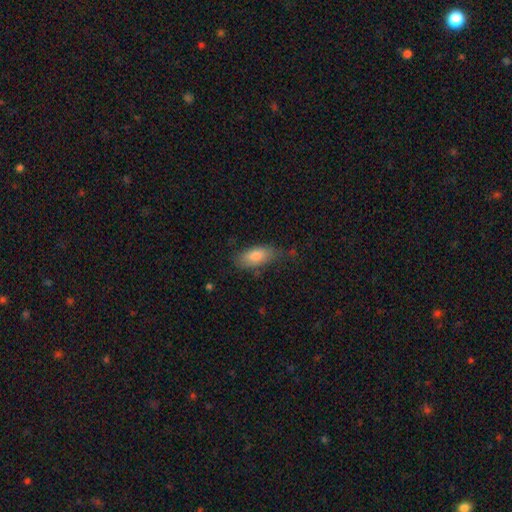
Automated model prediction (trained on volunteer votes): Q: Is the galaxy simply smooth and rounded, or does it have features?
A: smooth — 81%.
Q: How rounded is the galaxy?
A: in between — 85%.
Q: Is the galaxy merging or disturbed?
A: none — 66%.